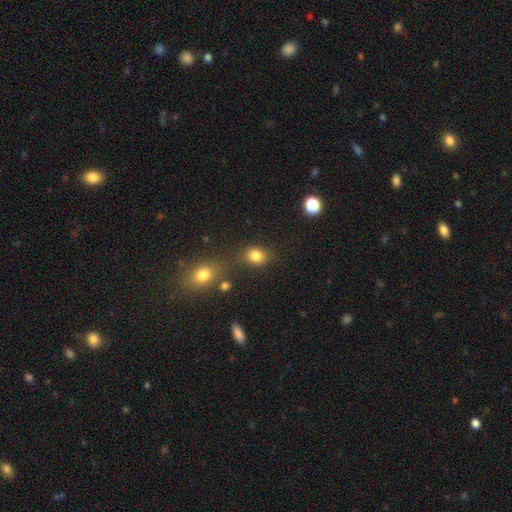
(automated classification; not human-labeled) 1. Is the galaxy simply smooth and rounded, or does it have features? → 82% smooth, 12% star or artifact, 6% featured or disk.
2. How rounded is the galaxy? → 57% round, 42% in between, 1% cigar-shaped.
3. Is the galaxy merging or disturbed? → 67% none, 15% minor disturbance, 12% merger, 6% major disturbance.